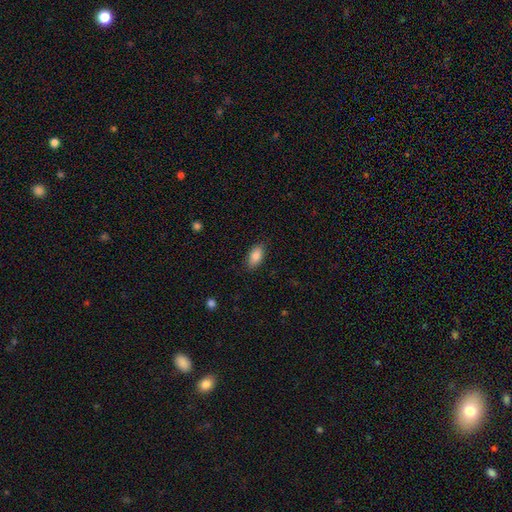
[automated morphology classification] This appears to be a smooth galaxy with no disk features (85%) that is in between round and cigar-shaped (90%). Merging: none (86%).